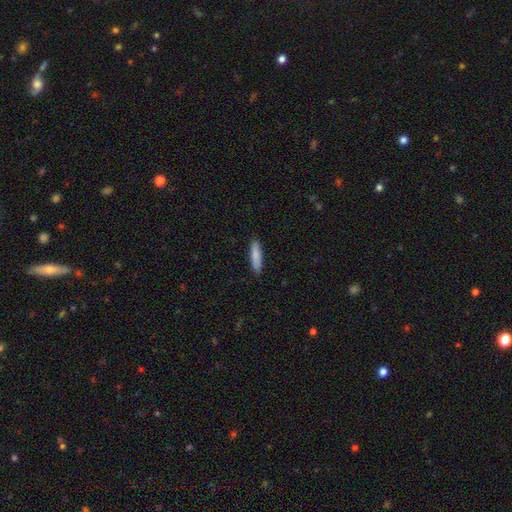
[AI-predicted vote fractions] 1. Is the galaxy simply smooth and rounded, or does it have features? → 85% smooth, 10% featured or disk, 6% star or artifact.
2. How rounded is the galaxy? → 79% cigar-shaped, 19% in between, 1% round.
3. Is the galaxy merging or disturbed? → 89% none, 8% minor disturbance, 2% major disturbance, 1% merger.